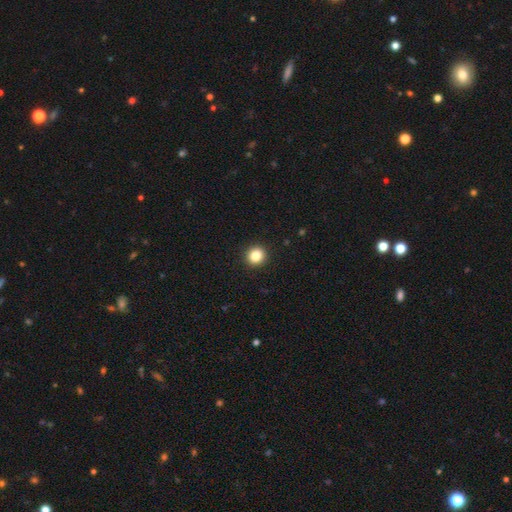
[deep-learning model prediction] smooth-or-featured: smooth: 85% | star or artifact: 11% | featured or disk: 5%
  how-rounded: round: 89% | in between: 10% | cigar-shaped: 1%
  merging: none: 93% | minor disturbance: 5% | major disturbance: 2% | merger: 1%